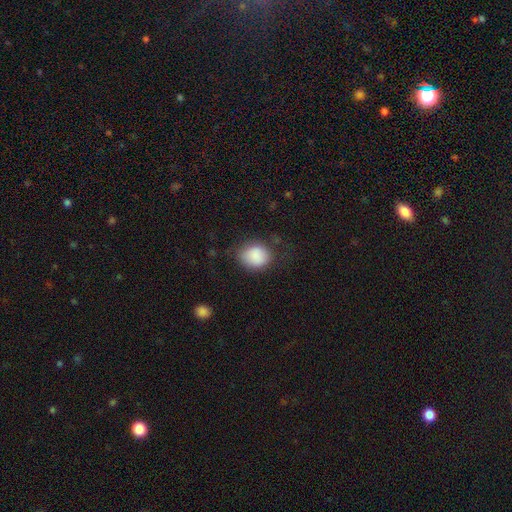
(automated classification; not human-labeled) Q: Smooth or featured?
A: smooth (86%); runner-up: star or artifact (8%)
Q: How rounded?
A: round (62%); runner-up: in between (38%)
Q: Merging?
A: none (62%); runner-up: minor disturbance (25%)